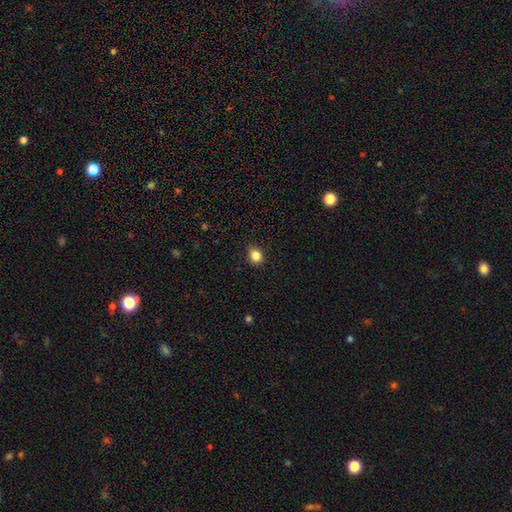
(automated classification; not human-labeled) A smooth galaxy with no disk features (84%) that is round (71%). Merging: none (86%).